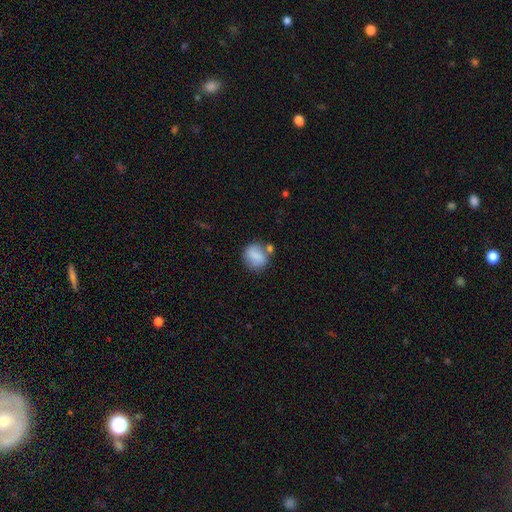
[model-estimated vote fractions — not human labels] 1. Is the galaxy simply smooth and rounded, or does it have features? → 79% smooth, 13% featured or disk, 8% star or artifact.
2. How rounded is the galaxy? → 69% round, 30% in between, 1% cigar-shaped.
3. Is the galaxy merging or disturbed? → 57% none, 19% merger, 18% minor disturbance, 6% major disturbance.